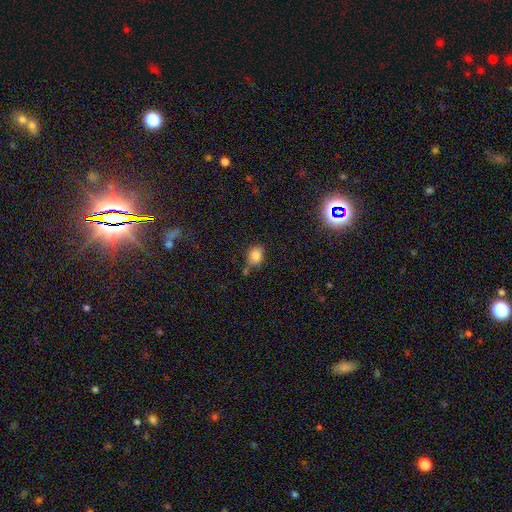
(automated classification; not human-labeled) smooth_or_featured: smooth (p=0.83) [alt: star or artifact p=0.11]
how_rounded: in between (p=0.51) [alt: round p=0.47]
merging: none (p=0.61) [alt: minor disturbance p=0.21]